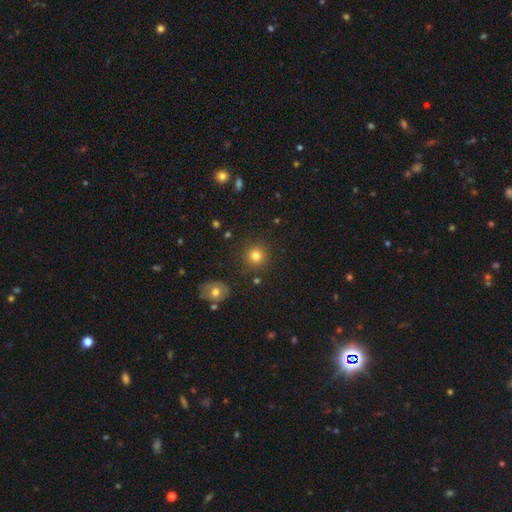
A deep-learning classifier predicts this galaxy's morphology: This is likely a smooth galaxy (79%). How rounded: clearly round (93%). Merging: clearly none (87%).